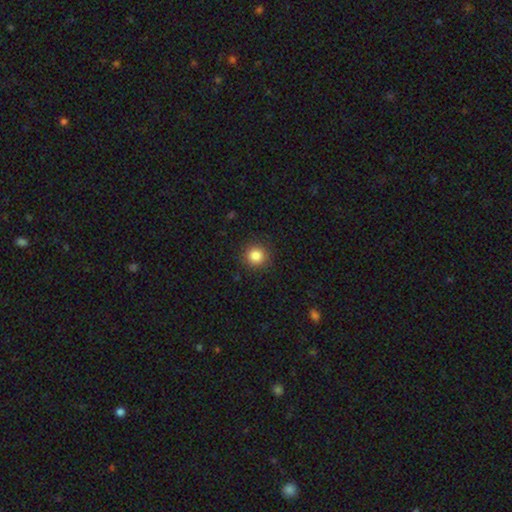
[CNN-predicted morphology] Smooth or featured? smooth (85%)
How rounded? round (94%)
Merging? none (90%)